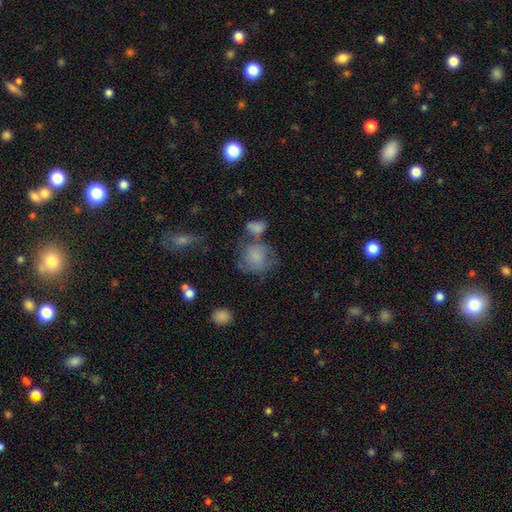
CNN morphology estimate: The model was most divided on "merging": none: 39%, merger: 24%, minor disturbance: 21%, major disturbance: 16%. More confident: how rounded — round (70%); smooth or featured — smooth (69%).